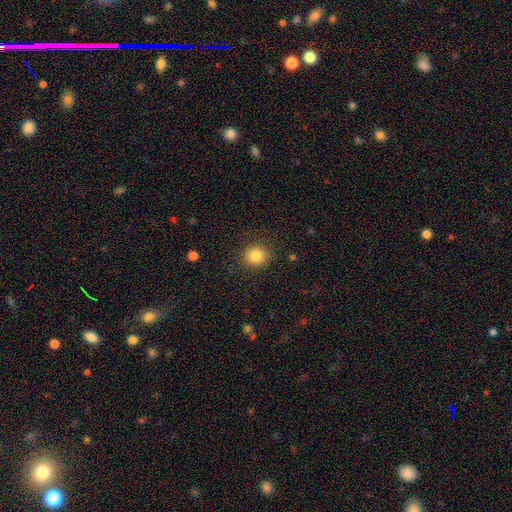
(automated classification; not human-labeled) Smooth or featured? smooth (84%)
How rounded? round (82%)
Merging? none (88%)